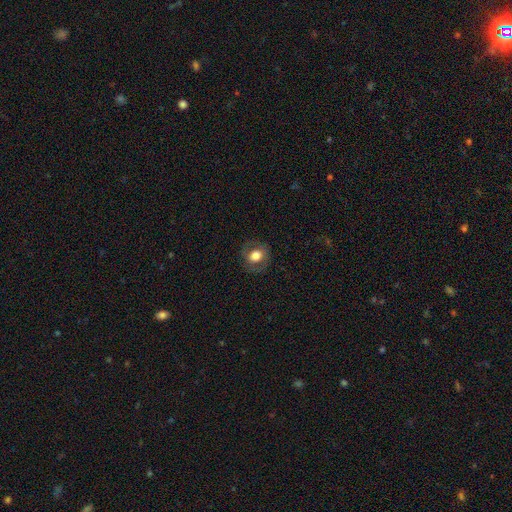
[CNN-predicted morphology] A smooth galaxy with no disk features (65%) that is round (60%). Merging: none (81%).